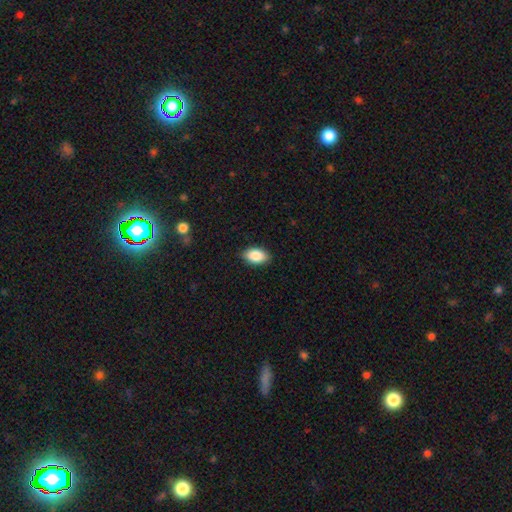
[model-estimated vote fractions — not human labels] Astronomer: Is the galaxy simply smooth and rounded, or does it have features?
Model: smooth — 88%.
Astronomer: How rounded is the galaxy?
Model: in between — 92%.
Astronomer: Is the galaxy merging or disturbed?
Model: none — 87%.